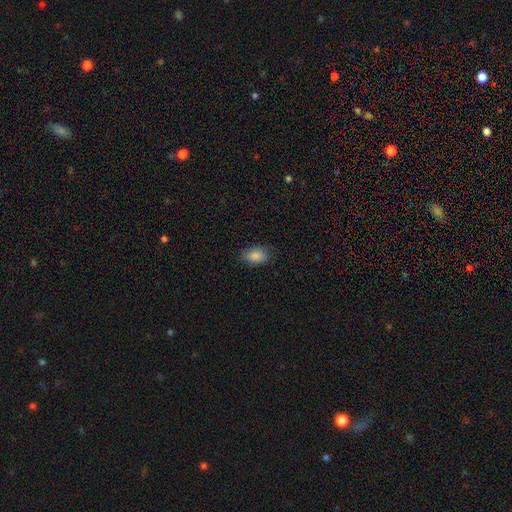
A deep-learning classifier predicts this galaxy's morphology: The model was most divided on "merging": none: 80%, minor disturbance: 16%, major disturbance: 3%, merger: 1%. More confident: smooth or featured — smooth (87%); how rounded — in between (86%).